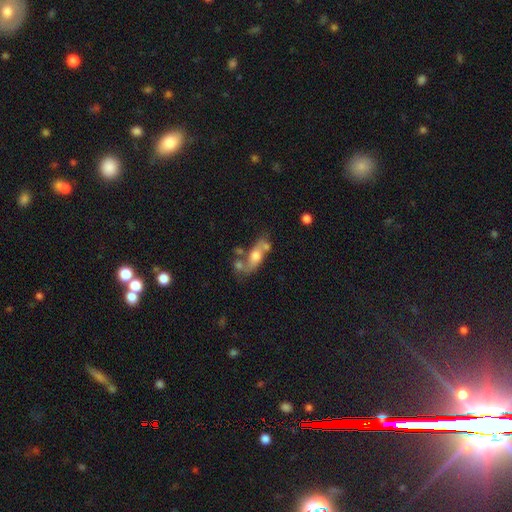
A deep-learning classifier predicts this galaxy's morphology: Smooth or featured: smooth — 47% (featured or disk — 44%)
Merging: none — 41% (merger — 31%)